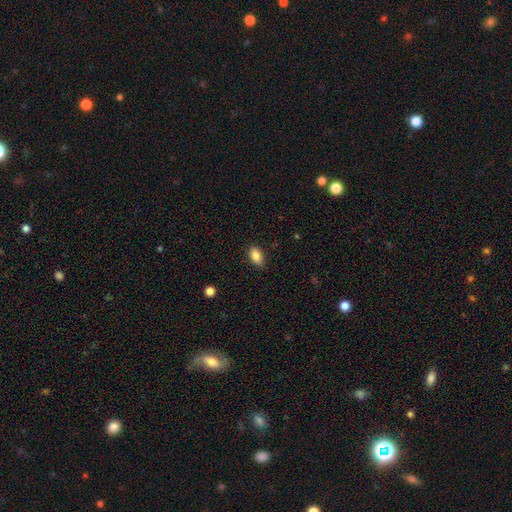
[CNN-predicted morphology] Q: Smooth or featured?
A: smooth (87%); runner-up: star or artifact (8%)
Q: How rounded?
A: in between (91%); runner-up: round (6%)
Q: Merging?
A: none (87%); runner-up: minor disturbance (10%)